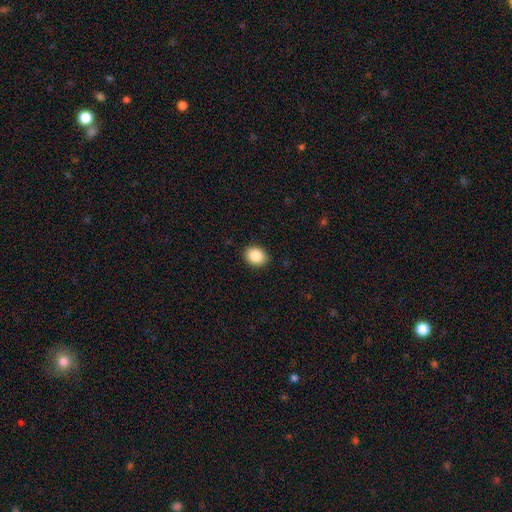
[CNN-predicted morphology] Smooth or featured?
  - smooth: 88% *
  - star or artifact: 8%
  - featured or disk: 4%
How rounded?
  - in between: 56% *
  - round: 43%
  - cigar-shaped: 1%
Merging?
  - none: 90% *
  - minor disturbance: 7%
  - major disturbance: 2%
  - merger: 1%